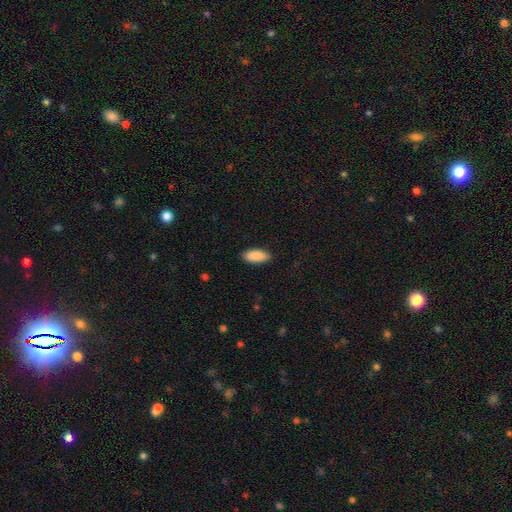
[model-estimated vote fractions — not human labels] Morphology: type=smooth (90%); roundness=in between (89%); merging=none (89%).